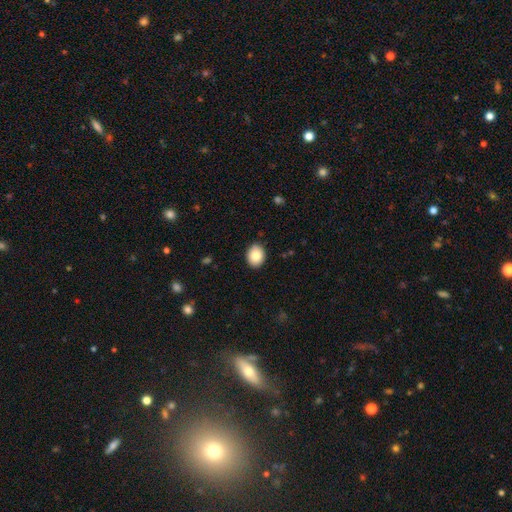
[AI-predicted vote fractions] The model was most divided on "how rounded": in between: 51%, round: 48%, cigar-shaped: 1%. More confident: merging — none (89%); smooth or featured — smooth (84%).